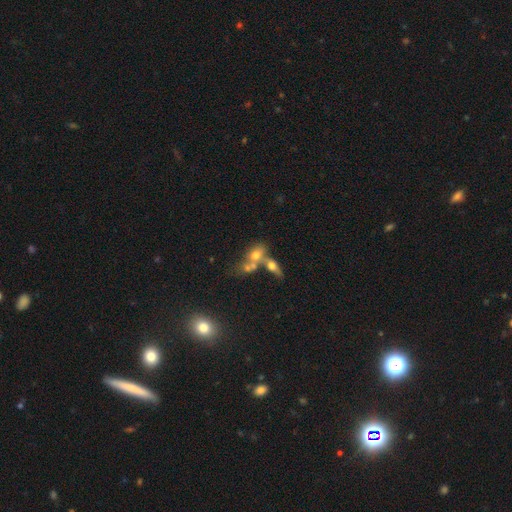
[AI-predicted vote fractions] Overall: smooth (56%; featured or disk 30%). How rounded: in between (62%; round 30%). Merging: merger (57%; none 27%).